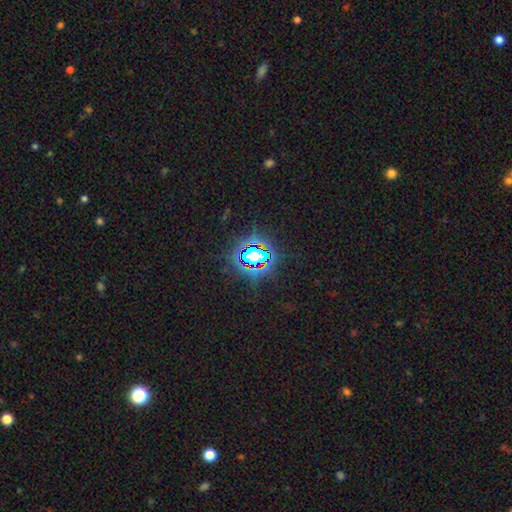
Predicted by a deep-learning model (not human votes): A star or artifact, not a galaxy (82%).